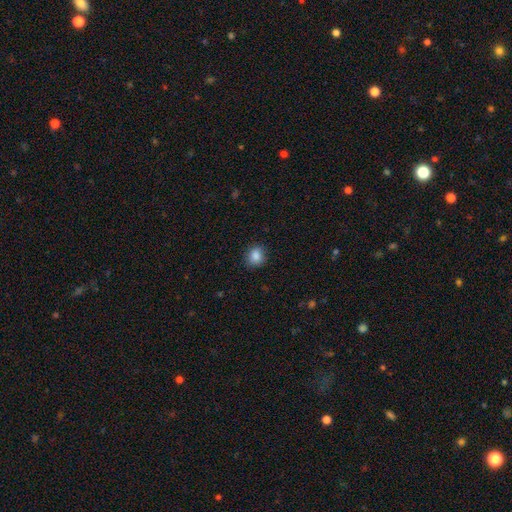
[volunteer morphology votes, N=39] smooth 90%, star or artifact 8%, featured or disk 3%. Down the decision tree: how rounded — round (83%); merging — none (86%).